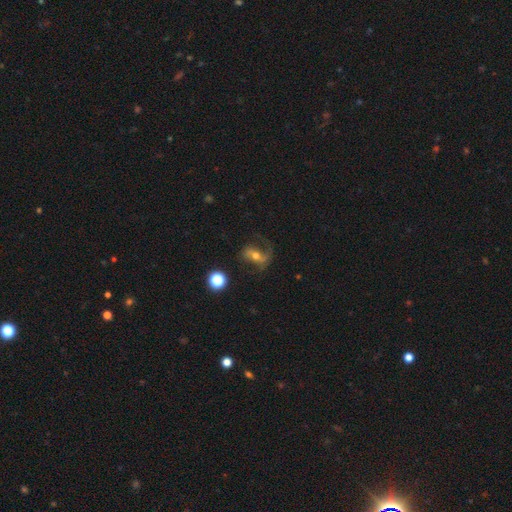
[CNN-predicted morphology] A featured or disk galaxy (64%) with no bar (35%), 2 (65%) loose (52%) spiral arms (85%) and a moderate central bulge (63%). Merging: none (52%).